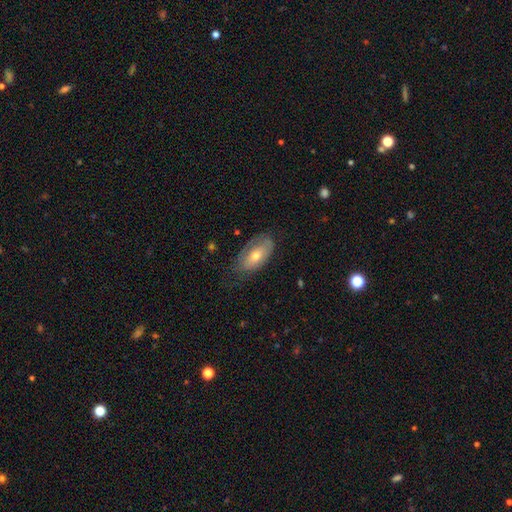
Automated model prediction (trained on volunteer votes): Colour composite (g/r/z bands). It shows a smooth galaxy with no disk features (49%). Merging: none (58%).